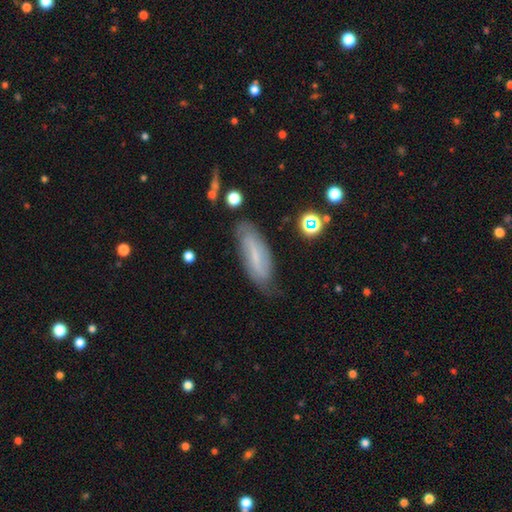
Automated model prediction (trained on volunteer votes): Smooth or featured? featured or disk (53%)
Edge-on disk? no (76%)
Merging? none (74%)